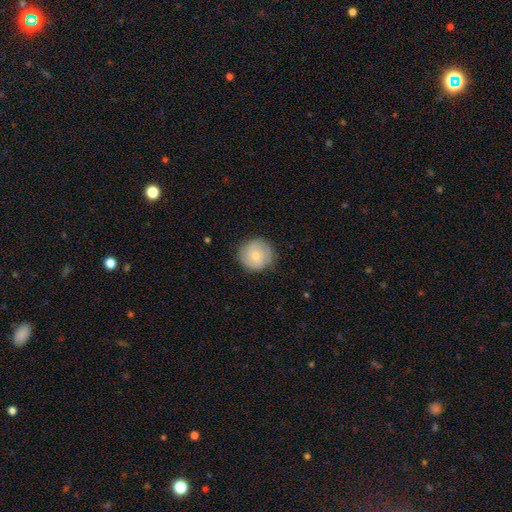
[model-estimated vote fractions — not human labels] Smooth or featured? smooth (68%)
How rounded? round (94%)
Merging? none (82%)